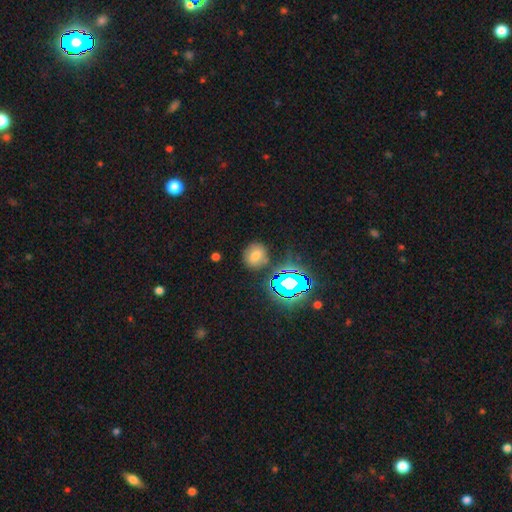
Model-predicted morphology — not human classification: smooth-or-featured: smooth: 61% | star or artifact: 26% | featured or disk: 13%
  how-rounded: round: 72% | in between: 27% | cigar-shaped: 1%
  merging: none: 80% | minor disturbance: 12% | merger: 4% | major disturbance: 4%